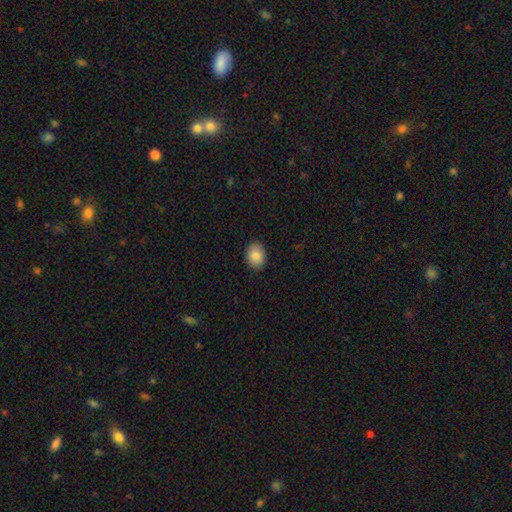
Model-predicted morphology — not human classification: Q: Smooth or featured?
A: smooth (87%); runner-up: star or artifact (7%)
Q: How rounded?
A: in between (68%); runner-up: round (31%)
Q: Merging?
A: none (89%); runner-up: minor disturbance (8%)